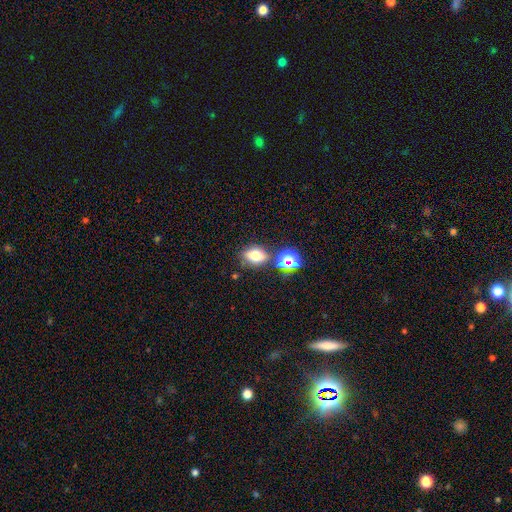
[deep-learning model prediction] This appears to be a smooth galaxy with no disk features (62%) that is in between round and cigar-shaped (63%). Merging: none (71%).